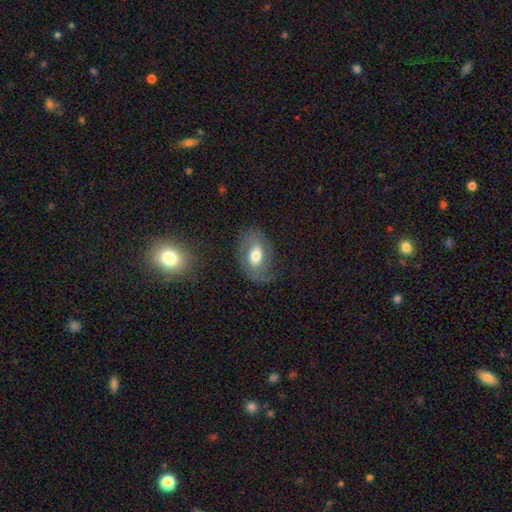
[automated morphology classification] Overall: featured or disk (54%; smooth 38%). Edge-on disk: no (93%). Bar: no (46%; weak 37%). Spiral arms: yes (68%; no 32%). Bulge size: moderate (66%). Merging: none (64%).